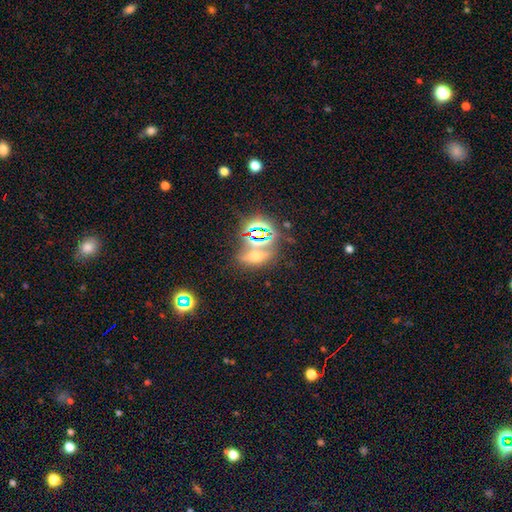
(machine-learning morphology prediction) Smooth or featured? star or artifact (50%)